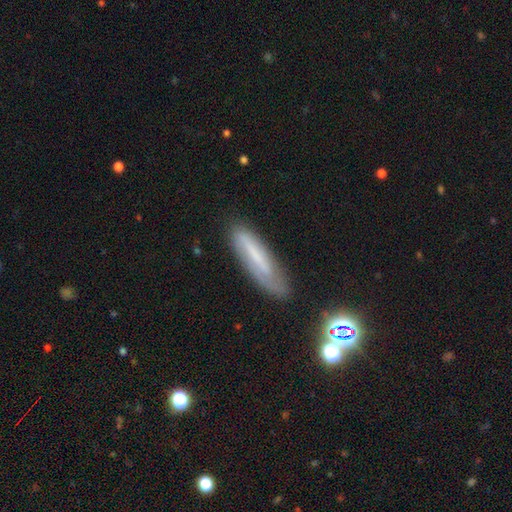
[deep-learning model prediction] smooth 47%, featured or disk 41%, star or artifact 12%. Down the decision tree: merging — none (72%).